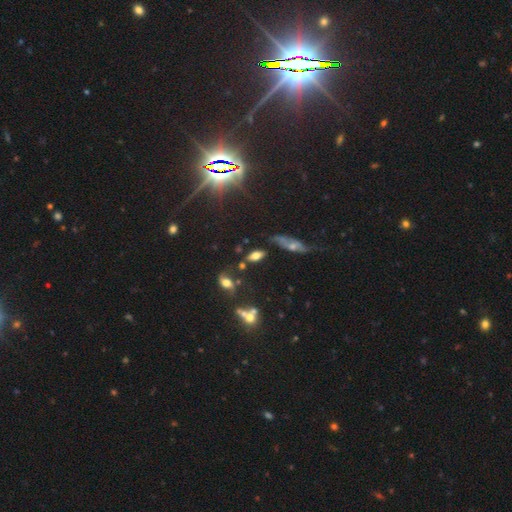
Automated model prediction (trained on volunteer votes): A smooth galaxy with no disk features (65%) that is in between round and cigar-shaped (79%). Merging: none (67%).